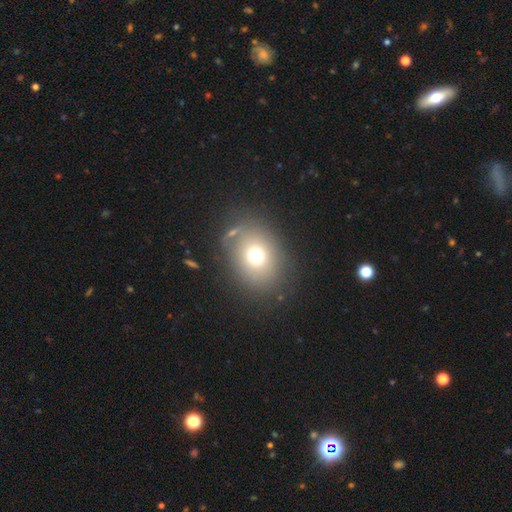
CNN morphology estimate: type=smooth (70%); roundness=round (56%); merging=none (76%).